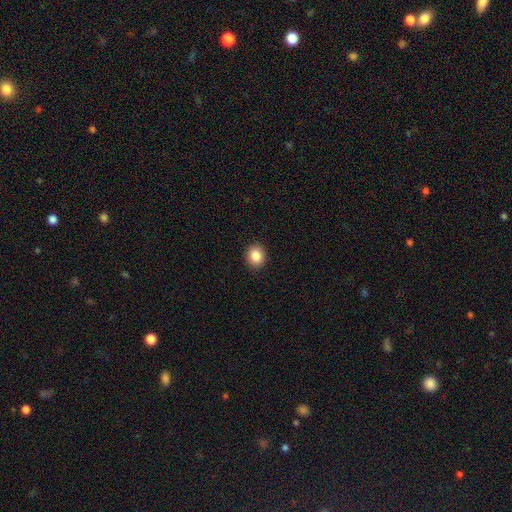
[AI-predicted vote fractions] Overall: smooth (86%). How rounded: round (67%; in between 32%). Merging: none (91%).